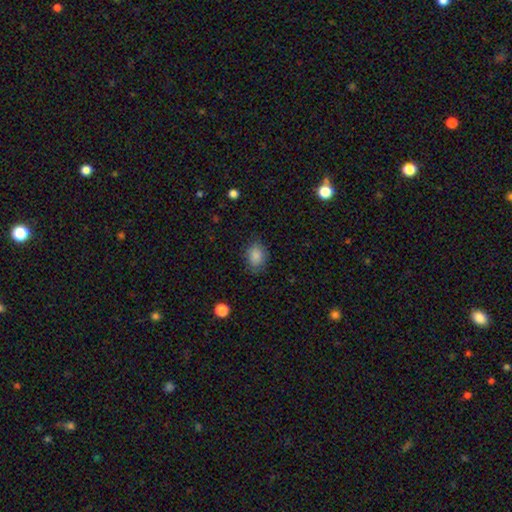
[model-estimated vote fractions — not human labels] Smooth or featured?
  - smooth: 87% *
  - star or artifact: 9%
  - featured or disk: 4%
How rounded?
  - in between: 68% *
  - round: 31%
  - cigar-shaped: 1%
Merging?
  - none: 80% *
  - minor disturbance: 14%
  - major disturbance: 4%
  - merger: 1%